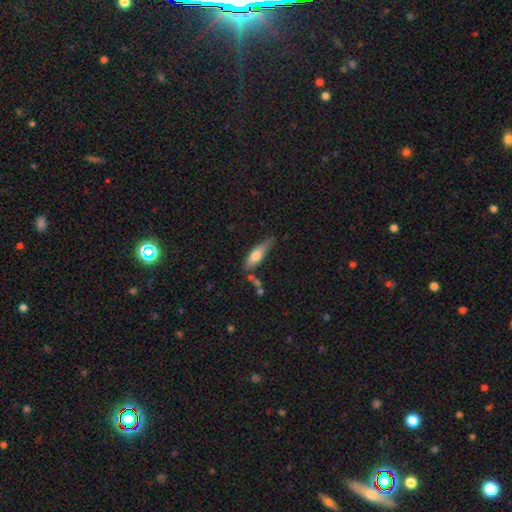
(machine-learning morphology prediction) Smooth or featured? Predicted: smooth (p=0.65). How rounded? Predicted: cigar-shaped (p=0.54). Merging? Predicted: none (p=0.59).